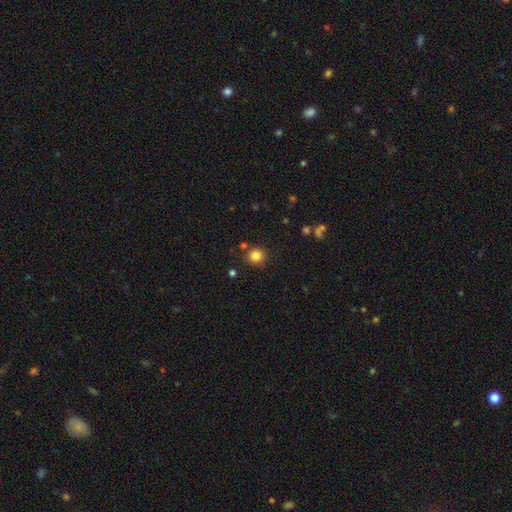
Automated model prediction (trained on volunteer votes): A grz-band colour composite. It shows a smooth galaxy with no disk features (83%) that is round (91%). Merging: none (85%).